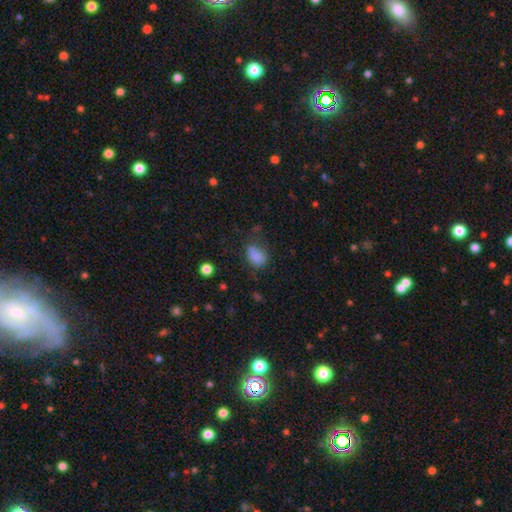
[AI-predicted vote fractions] Smooth or featured? smooth (80%)
How rounded? in between (79%)
Merging? none (46%)